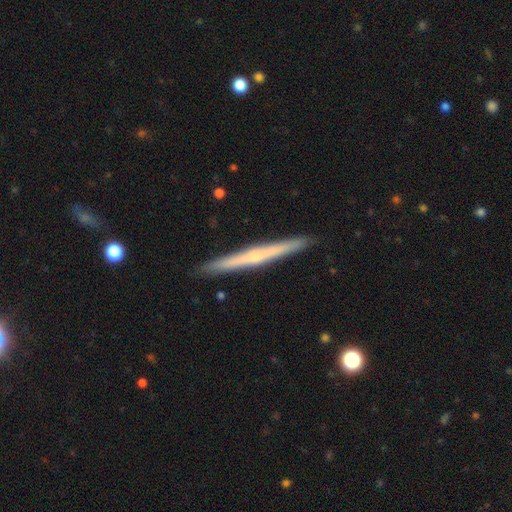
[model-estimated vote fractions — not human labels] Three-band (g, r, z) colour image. It shows a featured or disk galaxy (64%) viewed edge-on (98%) with a rounded central bulge (55%). Merging: none (92%).